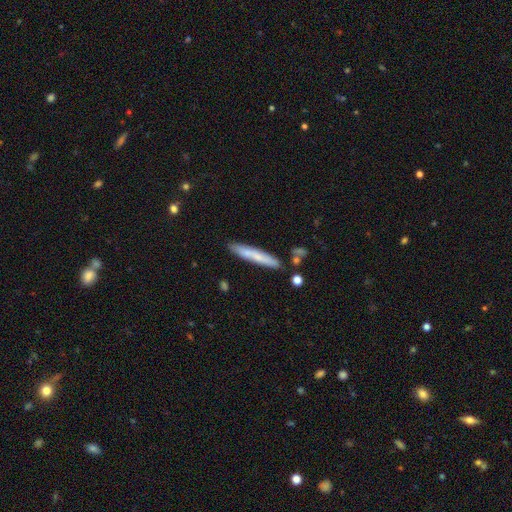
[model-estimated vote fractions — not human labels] Smooth or featured: smooth — 64% (featured or disk — 29%)
How rounded: cigar-shaped — 94% (in between — 5%)
Merging: none — 82% (minor disturbance — 11%)